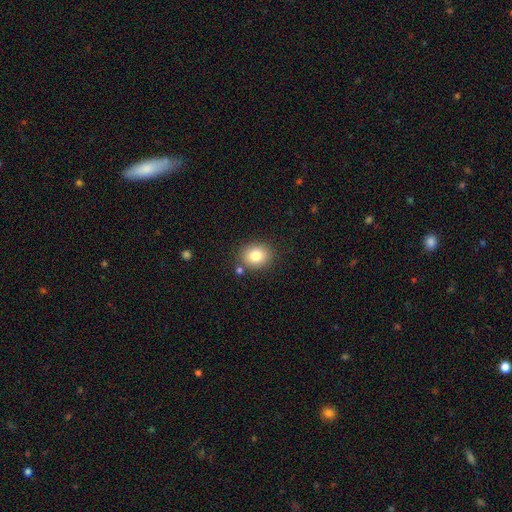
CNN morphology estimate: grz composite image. It shows a smooth galaxy with no disk features (82%) that is round (58%). Merging: none (82%).